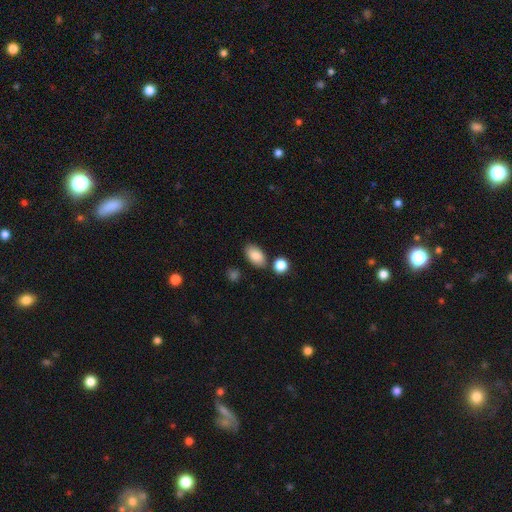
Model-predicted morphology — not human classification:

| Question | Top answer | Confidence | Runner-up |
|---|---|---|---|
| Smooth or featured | smooth | 85% | featured or disk (8%) |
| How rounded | in between | 92% | round (6%) |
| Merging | none | 80% | minor disturbance (11%) |